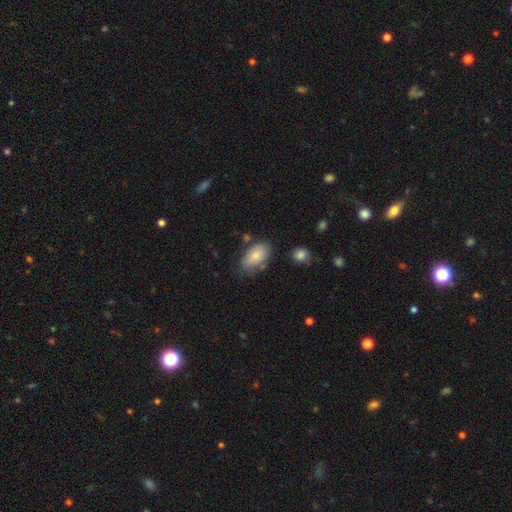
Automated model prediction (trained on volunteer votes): A smooth galaxy with no disk features (79%) that is in between round and cigar-shaped (92%).

Vote fractions:
- Smooth or featured? smooth: 79% / featured or disk: 14% / star or artifact: 7%
- How rounded? in between: 92% / round: 6% / cigar-shaped: 2%
- Merging? none: 65% / minor disturbance: 23% / major disturbance: 6% / merger: 6%